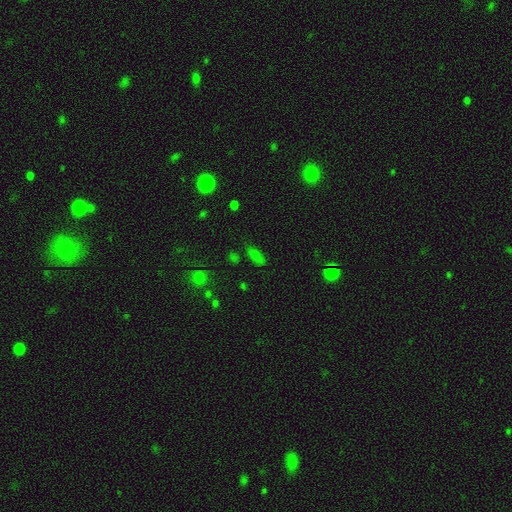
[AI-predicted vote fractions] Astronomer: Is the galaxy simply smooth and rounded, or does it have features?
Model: smooth — 67%.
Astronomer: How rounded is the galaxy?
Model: in between — 72%.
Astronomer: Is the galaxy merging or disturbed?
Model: none — 75%.